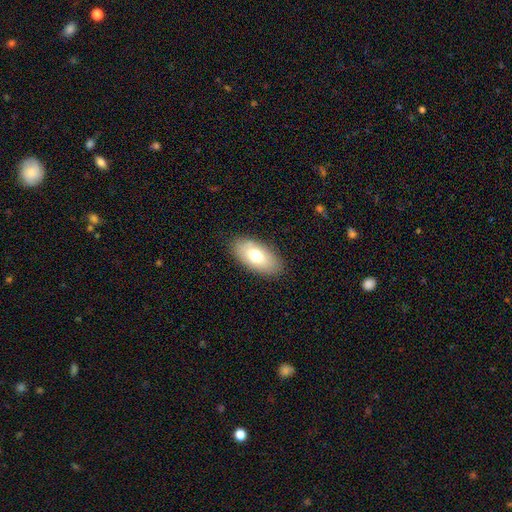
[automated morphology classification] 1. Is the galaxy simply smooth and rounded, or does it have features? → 72% smooth, 21% featured or disk, 7% star or artifact.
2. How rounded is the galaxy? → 92% in between, 5% cigar-shaped, 3% round.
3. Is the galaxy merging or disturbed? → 86% none, 10% minor disturbance, 3% major disturbance, 1% merger.